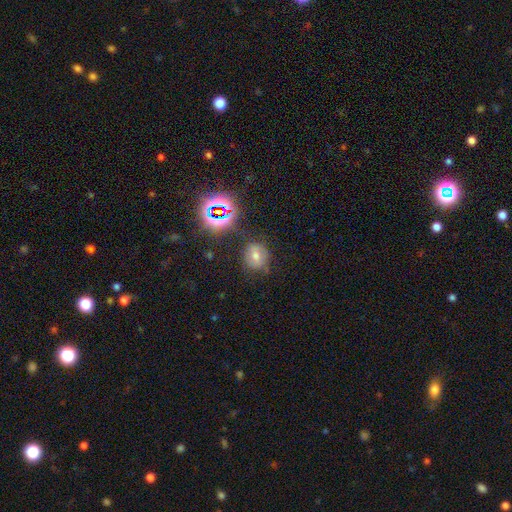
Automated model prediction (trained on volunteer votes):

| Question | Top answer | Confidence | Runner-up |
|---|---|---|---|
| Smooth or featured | smooth | 51% | star or artifact (30%) |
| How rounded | round | 74% | in between (25%) |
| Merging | none | 77% | minor disturbance (15%) |